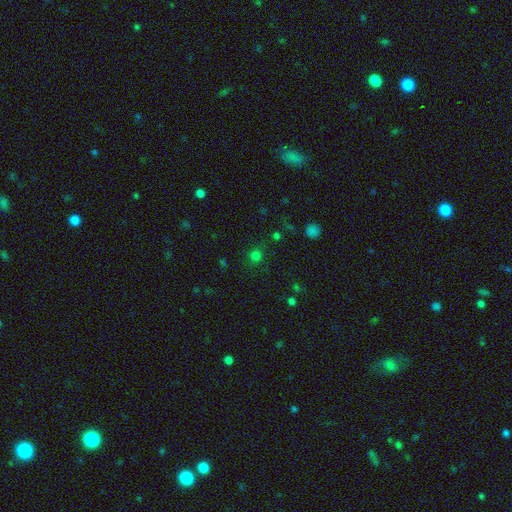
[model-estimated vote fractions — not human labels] A smooth galaxy with no disk features (72%) that is round (90%).

Vote fractions:
- Smooth or featured? smooth: 72% / star or artifact: 23% / featured or disk: 5%
- How rounded? round: 90% / in between: 9% / cigar-shaped: 1%
- Merging? none: 84% / minor disturbance: 9% / major disturbance: 4% / merger: 3%